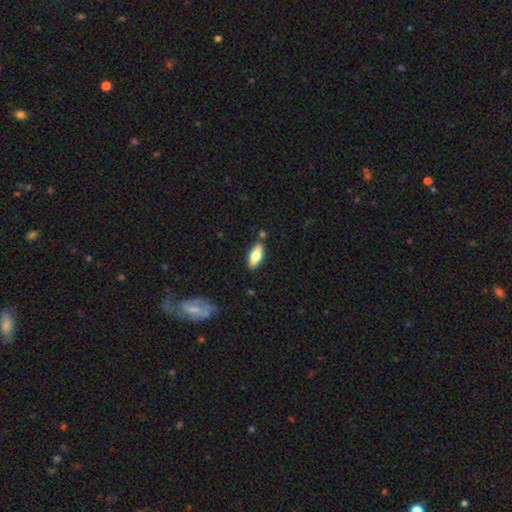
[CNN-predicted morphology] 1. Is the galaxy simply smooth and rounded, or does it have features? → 67% smooth, 27% featured or disk, 6% star or artifact.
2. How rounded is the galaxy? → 74% in between, 23% cigar-shaped, 2% round.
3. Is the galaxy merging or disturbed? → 85% none, 10% minor disturbance, 3% merger, 2% major disturbance.